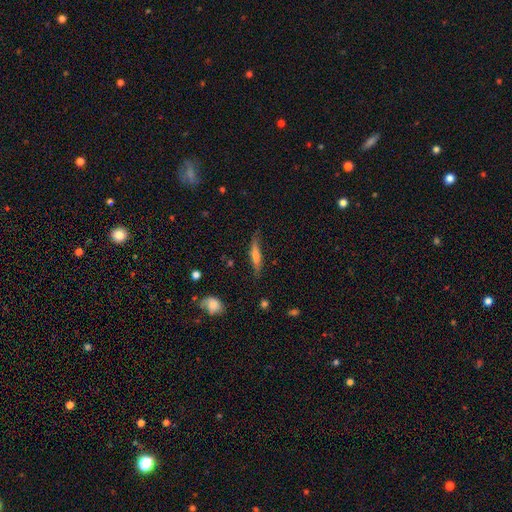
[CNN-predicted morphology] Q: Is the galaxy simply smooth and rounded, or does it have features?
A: featured or disk — 47%.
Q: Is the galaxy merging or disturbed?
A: none — 74%.